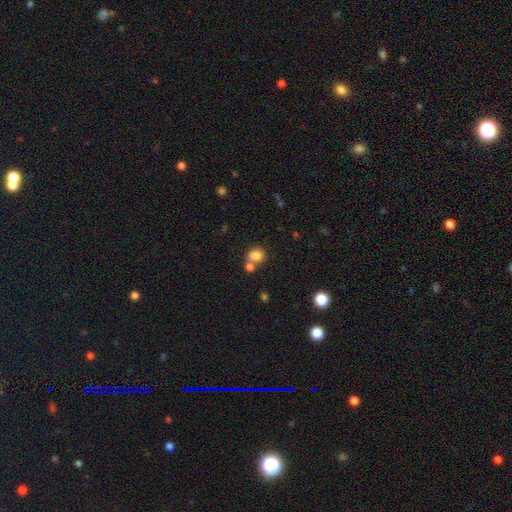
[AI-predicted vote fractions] Q: Smooth or featured?
A: smooth (81%); runner-up: star or artifact (11%)
Q: How rounded?
A: round (68%); runner-up: in between (31%)
Q: Merging?
A: none (47%); runner-up: merger (39%)